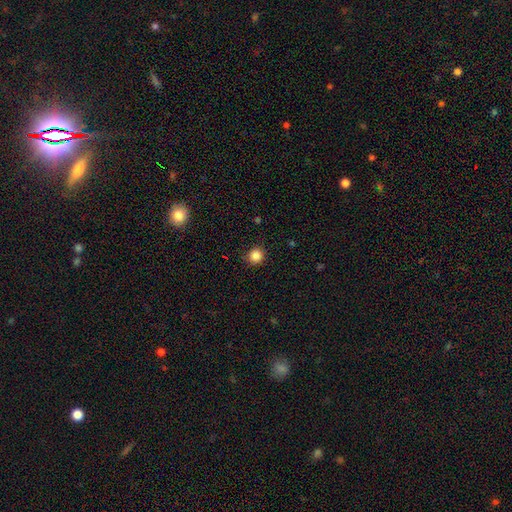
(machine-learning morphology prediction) Smooth or featured? Predicted: smooth (p=0.86). How rounded? Predicted: round (p=0.93). Merging? Predicted: none (p=0.89).